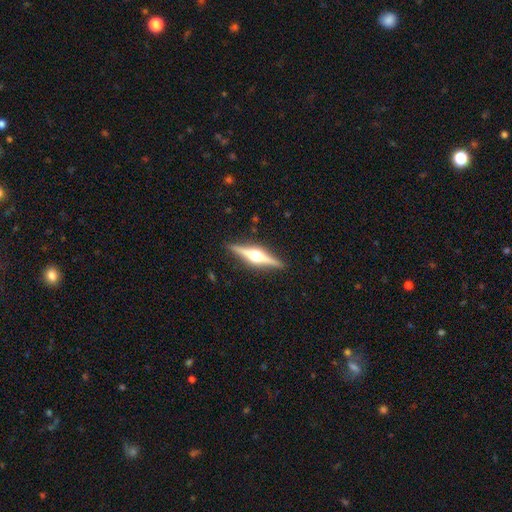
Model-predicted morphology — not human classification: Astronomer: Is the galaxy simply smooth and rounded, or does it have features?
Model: featured or disk — 82%.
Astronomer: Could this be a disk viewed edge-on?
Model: yes — 98%.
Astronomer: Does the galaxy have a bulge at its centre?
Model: rounded — 95%.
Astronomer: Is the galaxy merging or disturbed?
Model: none — 91%.